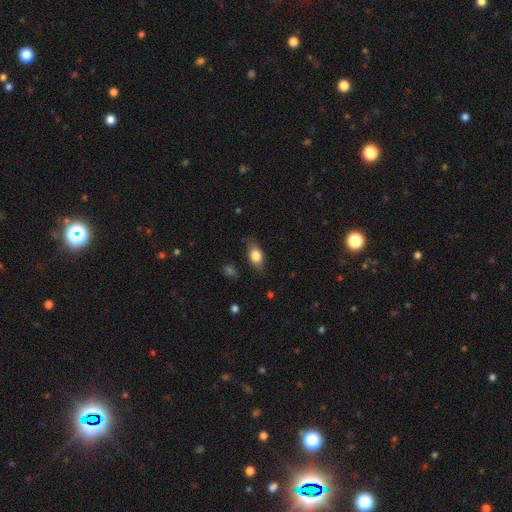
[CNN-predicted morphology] The model was most divided on "merging": none: 72%, minor disturbance: 21%, major disturbance: 6%, merger: 1%. More confident: how rounded — in between (79%); smooth or featured — smooth (76%).